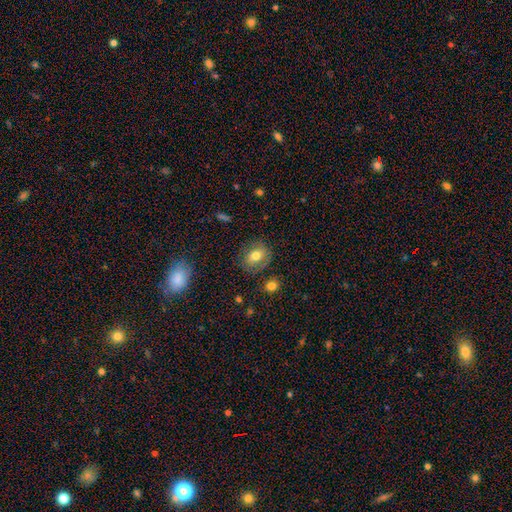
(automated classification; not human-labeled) This appears to be a smooth galaxy with no disk features (69%) that is in between round and cigar-shaped (50%). Merging: none (77%).